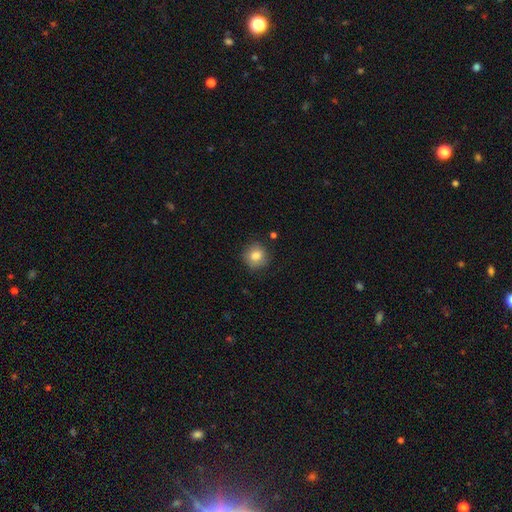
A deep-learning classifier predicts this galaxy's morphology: smooth_or_featured: smooth (p=0.82) [alt: star or artifact p=0.10]
how_rounded: round (p=0.86) [alt: in between p=0.13]
merging: none (p=0.83) [alt: minor disturbance p=0.12]